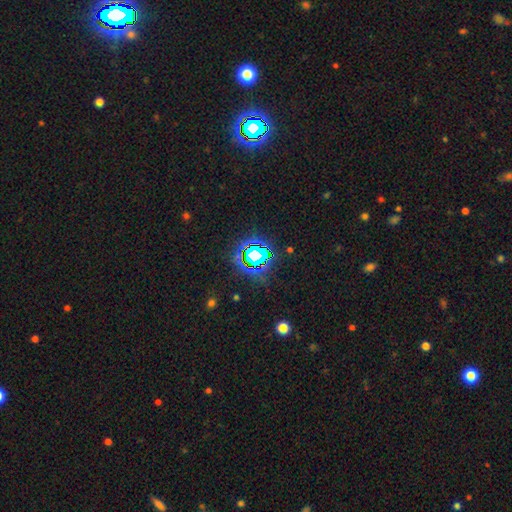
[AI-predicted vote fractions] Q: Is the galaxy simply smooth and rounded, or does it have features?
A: star or artifact — 73%.